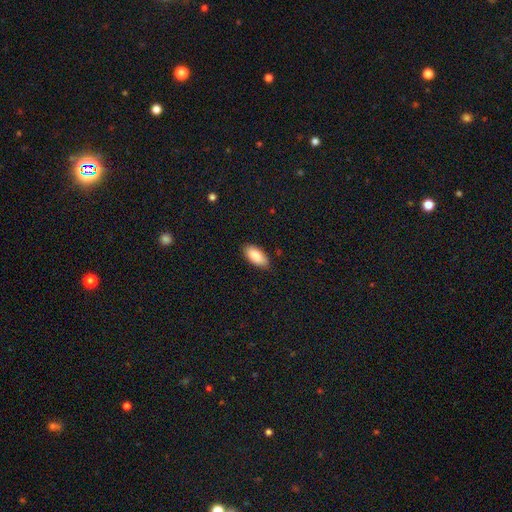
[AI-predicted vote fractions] smooth_or_featured: smooth (p=0.89) [alt: star or artifact p=0.06]
how_rounded: in between (p=0.91) [alt: cigar-shaped p=0.07]
merging: none (p=0.84) [alt: minor disturbance p=0.13]